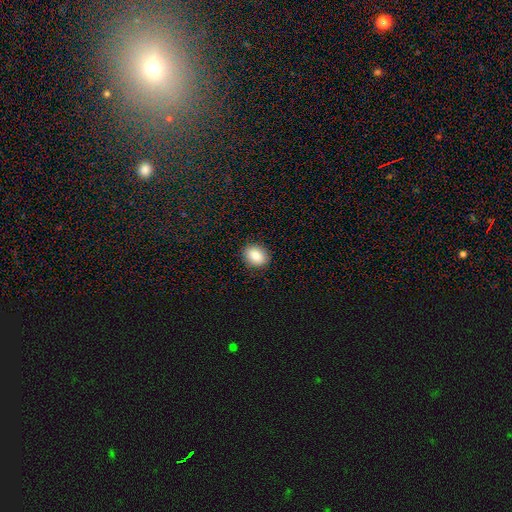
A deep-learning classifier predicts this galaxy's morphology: A smooth galaxy with no disk features (87%) that is in between round and cigar-shaped (54%).

Vote fractions:
- Smooth or featured? smooth: 87% / star or artifact: 8% / featured or disk: 5%
- How rounded? in between: 54% / round: 45% / cigar-shaped: 1%
- Merging? none: 90% / minor disturbance: 7% / major disturbance: 2% / merger: 1%